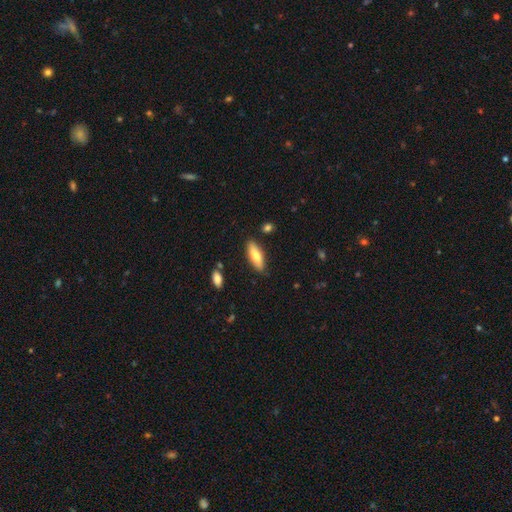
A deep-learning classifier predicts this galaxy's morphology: Smooth or featured?
  - smooth: 74% *
  - featured or disk: 21%
  - star or artifact: 6%
How rounded?
  - in between: 56% *
  - cigar-shaped: 42%
  - round: 2%
Merging?
  - none: 84% *
  - minor disturbance: 12%
  - merger: 2%
  - major disturbance: 2%